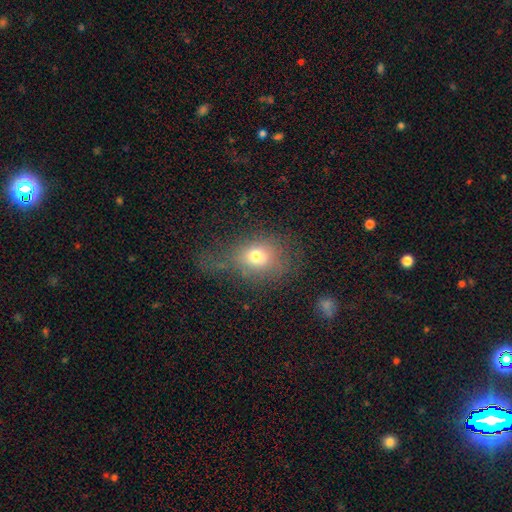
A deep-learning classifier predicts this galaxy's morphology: Q: Smooth or featured?
A: smooth (69%); runner-up: featured or disk (16%)
Q: How rounded?
A: round (50%); runner-up: in between (48%)
Q: Merging?
A: none (48%); runner-up: major disturbance (28%)